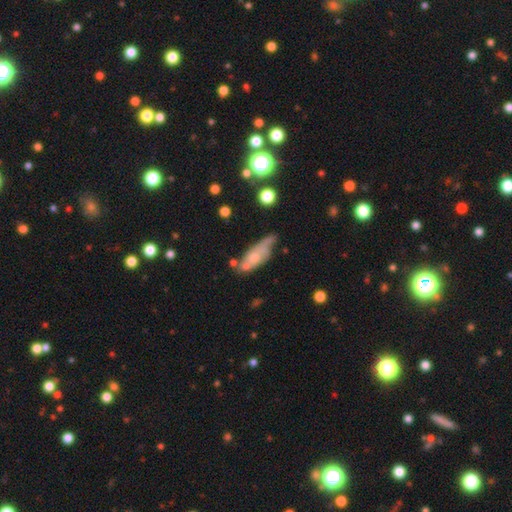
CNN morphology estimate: A smooth galaxy with no disk features (48%). Merging: none (41%).